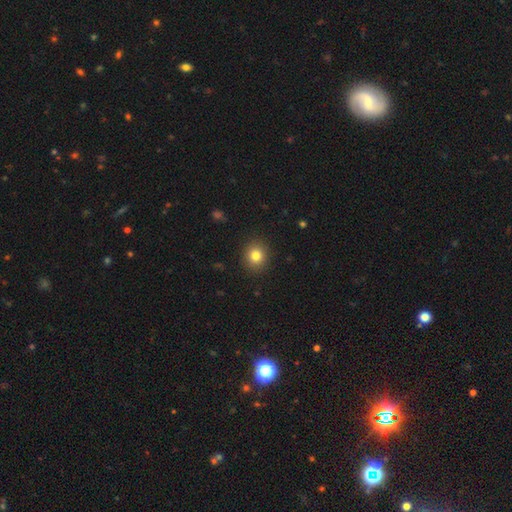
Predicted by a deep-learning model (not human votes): Smooth or featured? smooth (81%)
How rounded? round (83%)
Merging? none (91%)